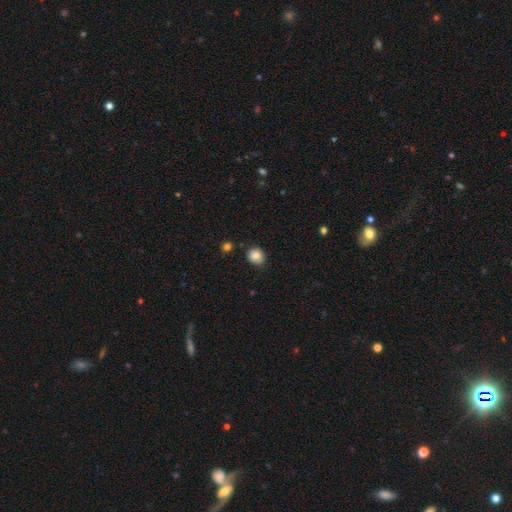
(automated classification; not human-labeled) A smooth galaxy with no disk features (82%) that is round (78%). Merging: none (84%).